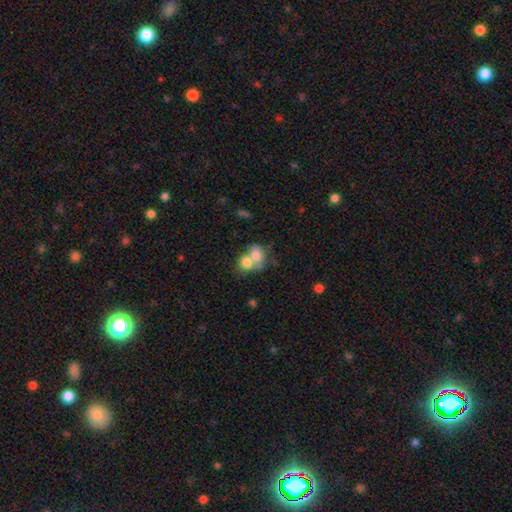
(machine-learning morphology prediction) smooth_or_featured: smooth (p=0.71) [alt: featured or disk p=0.19]
how_rounded: round (p=0.54) [alt: in between p=0.45]
merging: merger (p=0.67) [alt: none p=0.21]